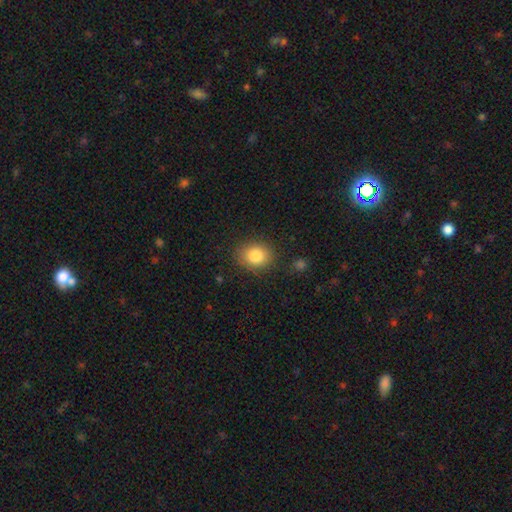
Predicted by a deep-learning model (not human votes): A smooth galaxy with no disk features (83%) that is round (54%). Merging: none (85%).